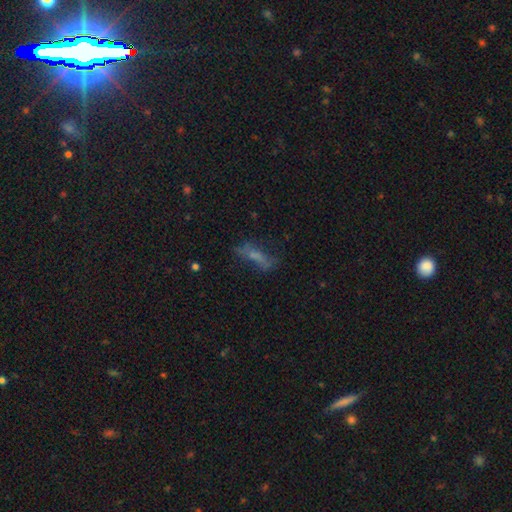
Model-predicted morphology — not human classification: type=smooth (50%); roundness=in between (50%); merging=none (47%).